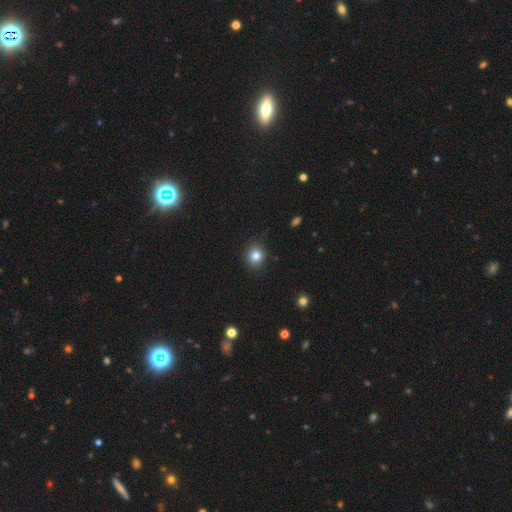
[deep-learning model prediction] A smooth galaxy with no disk features (83%) that is round (78%). Merging: none (88%).